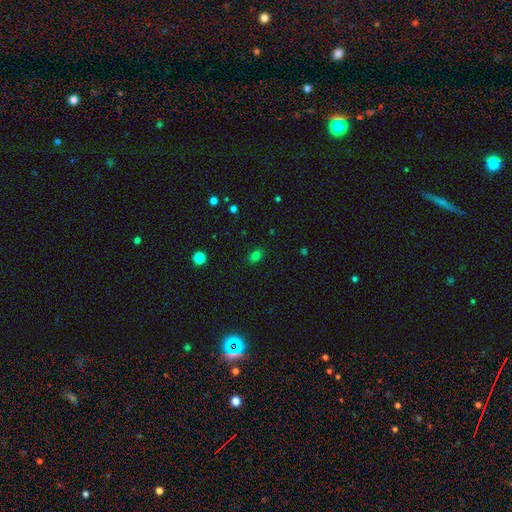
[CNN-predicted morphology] This is likely a smooth galaxy (75%). How rounded: likely in between (66%). Merging: clearly none (85%).